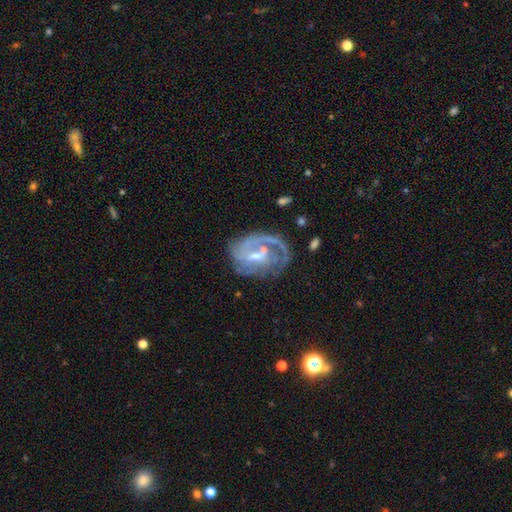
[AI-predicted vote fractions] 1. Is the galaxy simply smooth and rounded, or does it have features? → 81% featured or disk, 12% smooth, 8% star or artifact.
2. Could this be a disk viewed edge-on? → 97% no, 3% yes.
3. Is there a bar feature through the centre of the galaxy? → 50% weak, 29% no, 21% strong.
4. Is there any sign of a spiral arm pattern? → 85% yes, 15% no.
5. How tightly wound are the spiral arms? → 45% tight, 39% medium, 16% loose.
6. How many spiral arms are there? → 31% 1, 30% 2, 24% can't tell, 9% 3, 3% 4, 3% more than 4.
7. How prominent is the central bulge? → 47% small, 40% moderate, 9% none, 3% large, 1% dominant.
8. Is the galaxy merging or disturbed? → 48% none, 23% major disturbance, 21% minor disturbance, 8% merger.